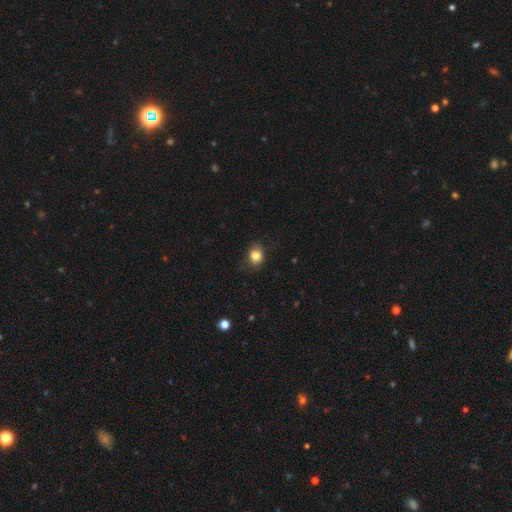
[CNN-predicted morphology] type=smooth (83%); roundness=round (64%); merging=none (78%).